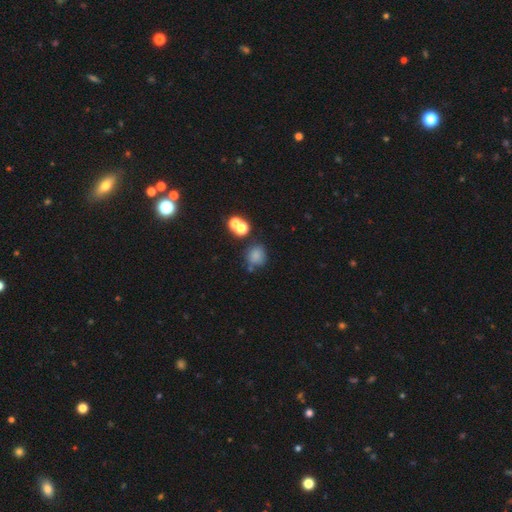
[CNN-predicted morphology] smooth_or_featured: smooth (p=0.76) [alt: star or artifact p=0.15]
how_rounded: round (p=0.79) [alt: in between p=0.20]
merging: none (p=0.64) [alt: merger p=0.16]